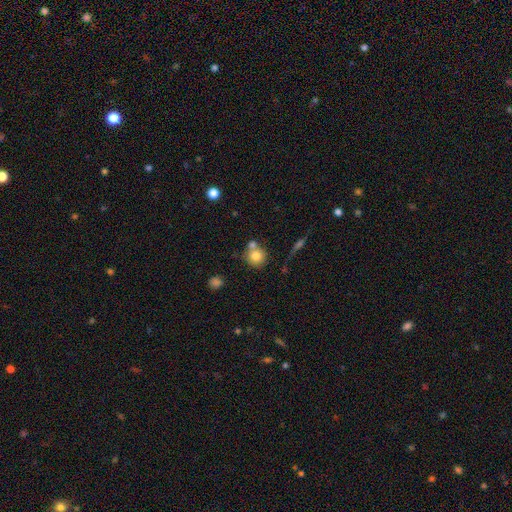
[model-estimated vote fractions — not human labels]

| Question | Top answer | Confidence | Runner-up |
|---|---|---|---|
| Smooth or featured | smooth | 78% | featured or disk (12%) |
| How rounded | round | 88% | in between (11%) |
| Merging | none | 56% | merger (31%) |